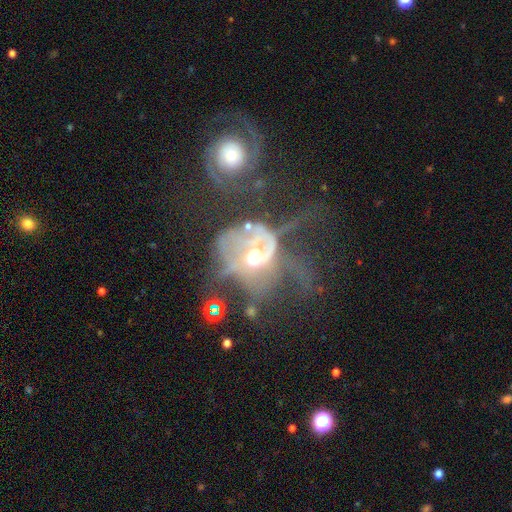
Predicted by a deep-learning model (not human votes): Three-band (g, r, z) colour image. It shows a featured or disk galaxy (68%) with no bar (75%), no spiral arms (60%) and a moderate central bulge (67%). Merging: major disturbance (47%).